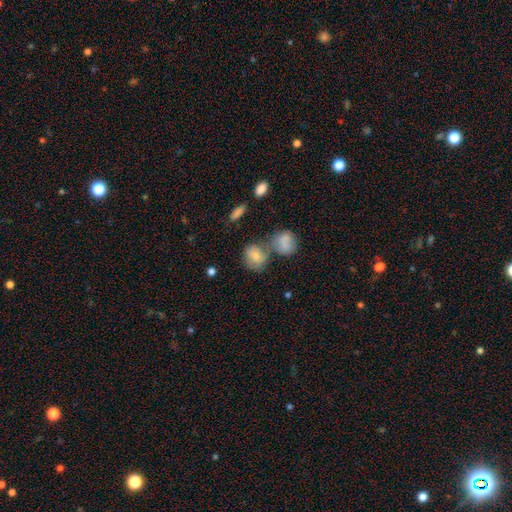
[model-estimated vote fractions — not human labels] smooth 76%, featured or disk 15%, star or artifact 9%. Down the decision tree: how rounded — in between (51%); merging — none (39%).